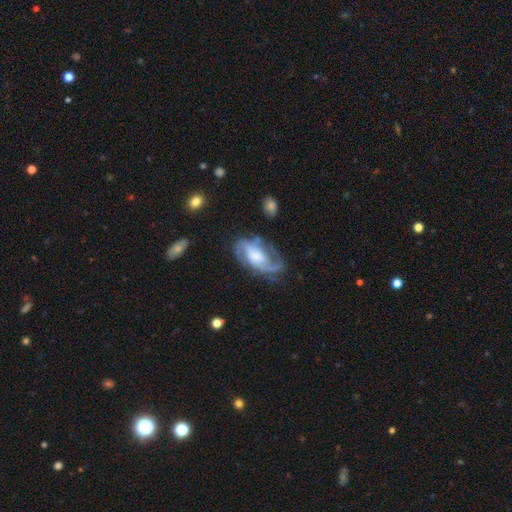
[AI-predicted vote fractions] A featured or disk galaxy (84%) with no bar (50%), 2 (73%) medium (49%) spiral arms (95%) and a moderate central bulge (35%).

Vote fractions:
- Smooth or featured? featured or disk: 84% / smooth: 10% / star or artifact: 5%
- Edge-on disk? no: 96% / yes: 4%
- Bar? no: 50% / weak: 38% / strong: 12%
- Spiral arms? yes: 95% / no: 5%
- Spiral winding? medium: 49% / loose: 28% / tight: 23%
- Spiral arm count? 2: 73% / can't tell: 9% / 1: 8% / 3: 7% / 4: 2% / more than 4: 2%
- Bulge size? moderate: 35% / small: 26% / large: 24% / none: 12% / dominant: 3%
- Merging? none: 62% / minor disturbance: 20% / major disturbance: 15% / merger: 3%